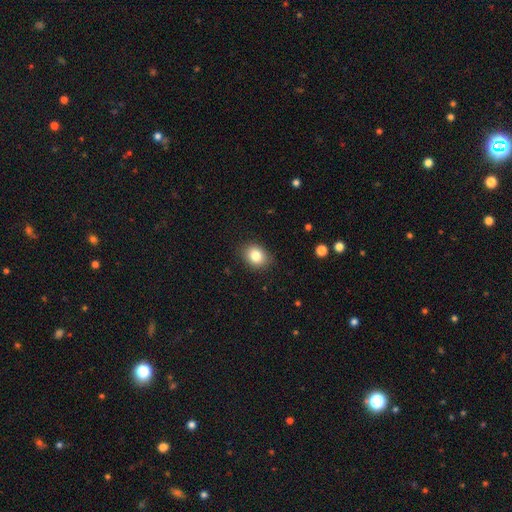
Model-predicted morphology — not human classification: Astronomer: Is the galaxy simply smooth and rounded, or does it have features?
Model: smooth — 83%.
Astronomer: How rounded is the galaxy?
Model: in between — 53% (runner-up: round, 46%).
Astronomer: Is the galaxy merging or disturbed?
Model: none — 86%.